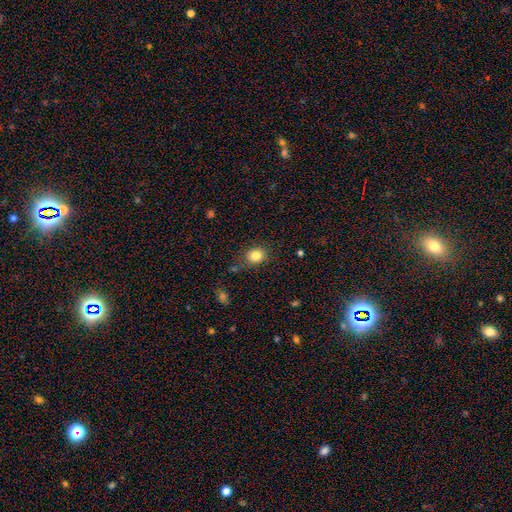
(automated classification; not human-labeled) smooth_or_featured: smooth (p=0.83) [alt: star or artifact p=0.11]
how_rounded: round (p=0.67) [alt: in between p=0.32]
merging: none (p=0.79) [alt: minor disturbance p=0.14]